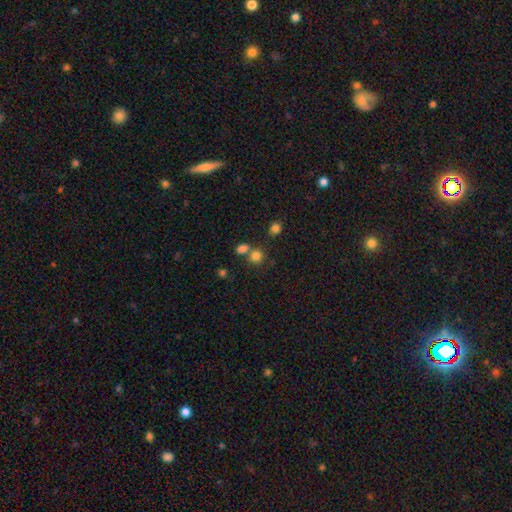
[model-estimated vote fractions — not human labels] A smooth galaxy with no disk features (79%) that is round (82%). Merging: none (59%).